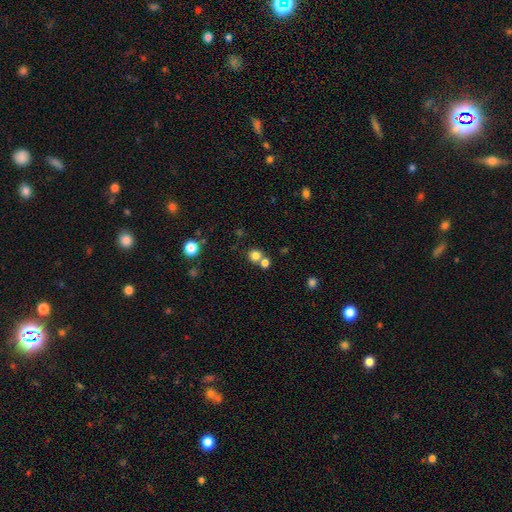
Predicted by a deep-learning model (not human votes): Smooth or featured? Predicted: smooth (p=0.78). How rounded? Predicted: round (p=0.87). Merging? Predicted: none (p=0.58).